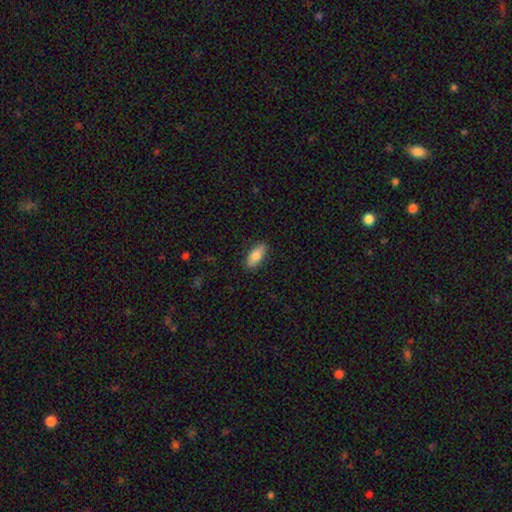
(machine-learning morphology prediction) Smooth or featured?
  - smooth: 81% *
  - featured or disk: 13%
  - star or artifact: 6%
How rounded?
  - in between: 82% *
  - cigar-shaped: 15%
  - round: 3%
Merging?
  - none: 88% *
  - minor disturbance: 9%
  - major disturbance: 2%
  - merger: 1%